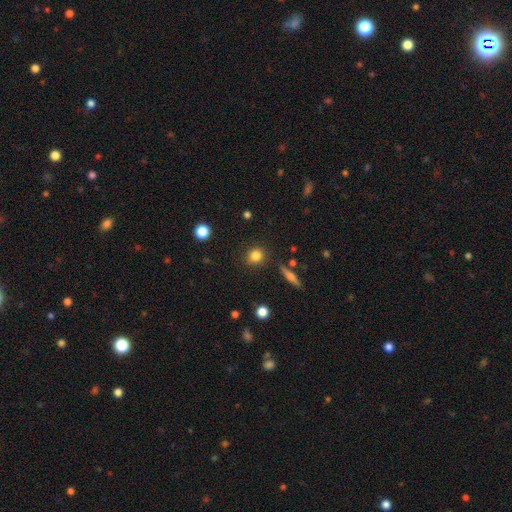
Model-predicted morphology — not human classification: Smooth or featured? Predicted: smooth (p=0.83). How rounded? Predicted: round (p=0.79). Merging? Predicted: none (p=0.87).